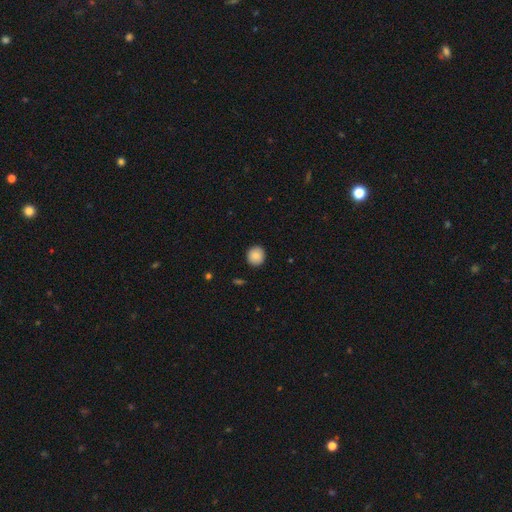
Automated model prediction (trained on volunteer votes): Smooth or featured? smooth (86%)
How rounded? round (89%)
Merging? none (91%)